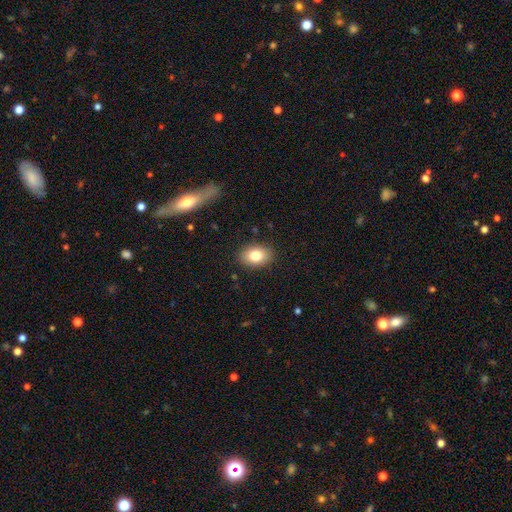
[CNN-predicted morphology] Smooth or featured? Predicted: smooth (p=0.81). How rounded? Predicted: in between (p=0.81). Merging? Predicted: none (p=0.87).